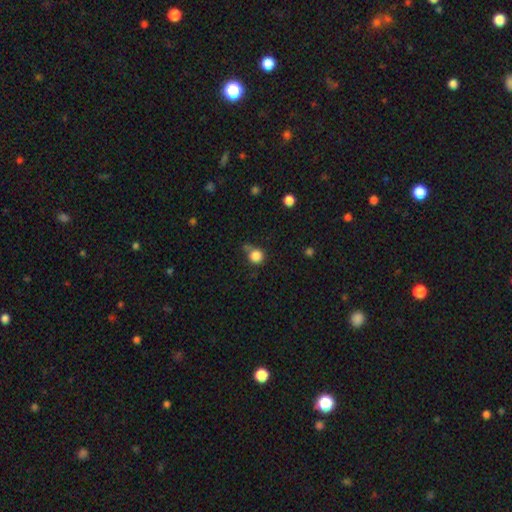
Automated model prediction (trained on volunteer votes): Q: Smooth or featured?
A: smooth (84%); runner-up: star or artifact (11%)
Q: How rounded?
A: round (91%); runner-up: in between (8%)
Q: Merging?
A: none (61%); runner-up: minor disturbance (21%)